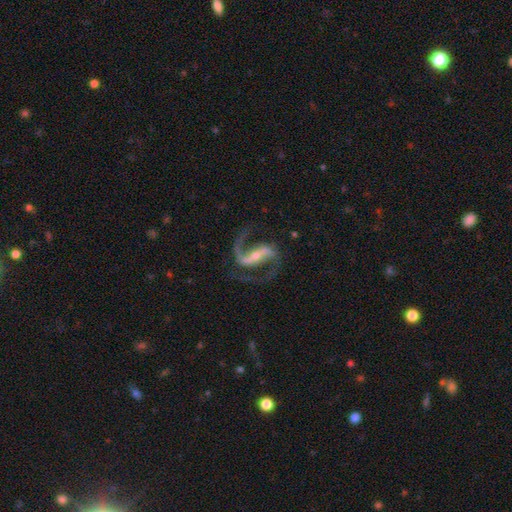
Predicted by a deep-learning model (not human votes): featured or disk 92%, star or artifact 4%, smooth 3%. Down the decision tree: edge-on disk — no (97%); bar — strong (67%); spiral arms — yes (98%); spiral arm count — 2 (92%); spiral winding — medium (50%); bulge size — small (57%); merging — none (76%).